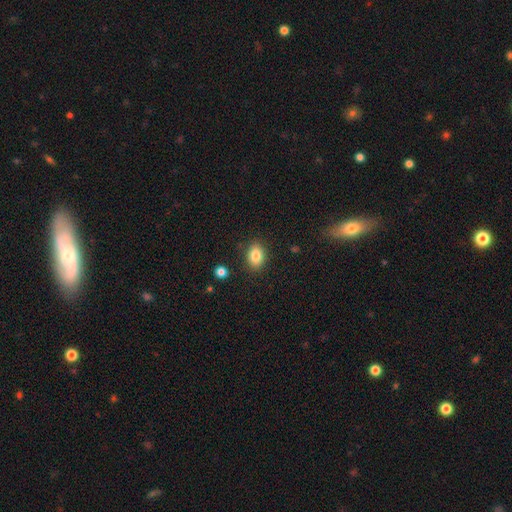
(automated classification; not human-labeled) This is clearly a smooth galaxy (84%). How rounded: likely in between (77%). Merging: clearly none (86%).